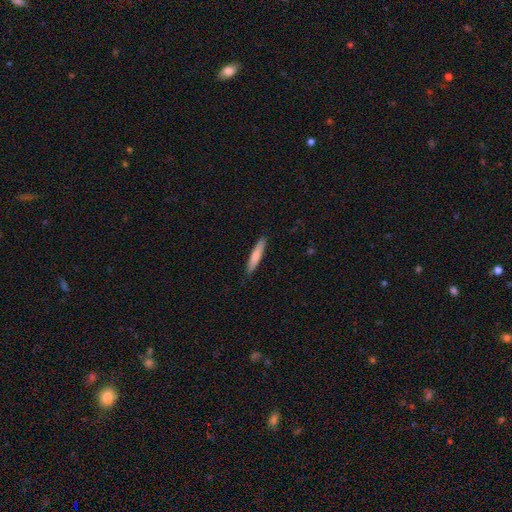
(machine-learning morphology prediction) smooth-or-featured: smooth: 74% | featured or disk: 21% | star or artifact: 5%
  how-rounded: cigar-shaped: 89% | in between: 10% | round: 1%
  merging: none: 89% | minor disturbance: 8% | major disturbance: 2% | merger: 1%